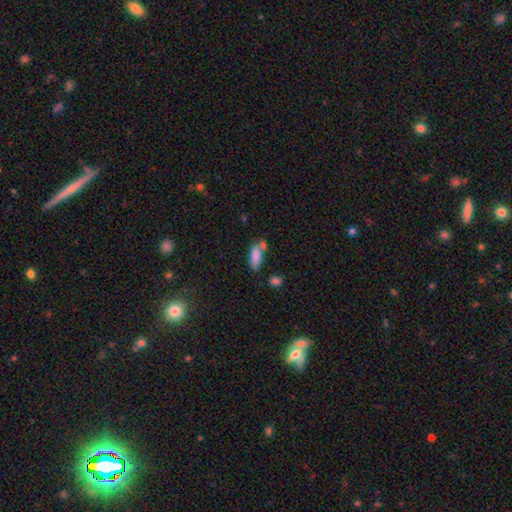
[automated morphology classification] Smooth or featured? Predicted: smooth (p=0.83). How rounded? Predicted: in between (p=0.70). Merging? Predicted: none (p=0.50).